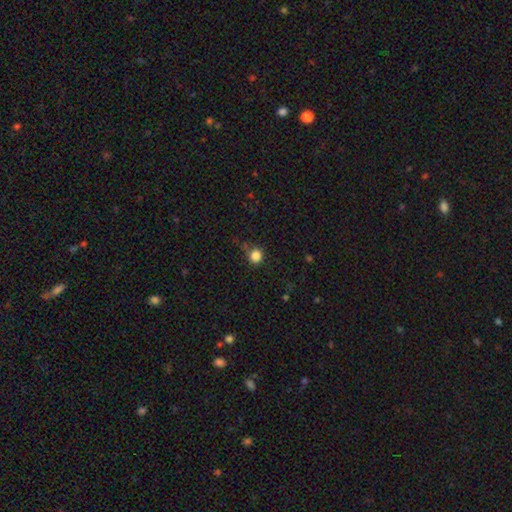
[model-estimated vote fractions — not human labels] Smooth or featured?
  - smooth: 84% *
  - star or artifact: 12%
  - featured or disk: 4%
How rounded?
  - round: 91% *
  - in between: 8%
  - cigar-shaped: 1%
Merging?
  - none: 76% *
  - minor disturbance: 15%
  - major disturbance: 4%
  - merger: 4%